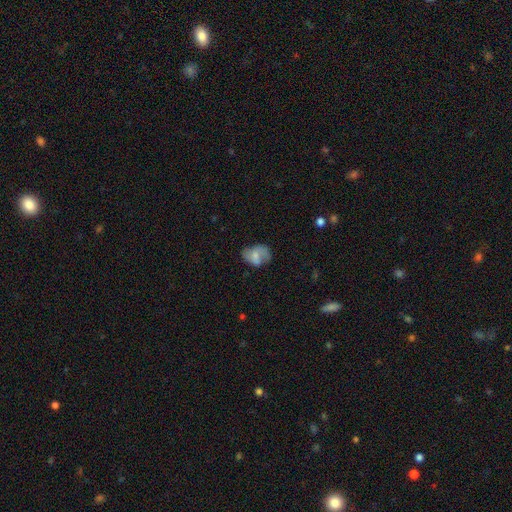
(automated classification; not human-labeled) smooth_or_featured: smooth (p=0.54) [alt: featured or disk p=0.38]
how_rounded: in between (p=0.71) [alt: round p=0.27]
merging: none (p=0.47) [alt: minor disturbance p=0.31]